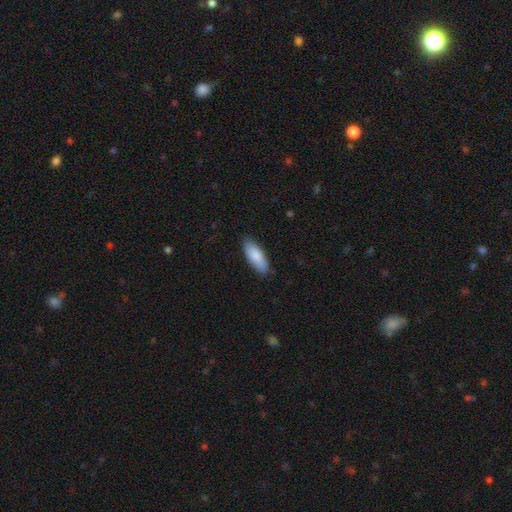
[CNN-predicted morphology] Smooth or featured: smooth — 87% (featured or disk — 8%)
How rounded: in between — 73% (cigar-shaped — 25%)
Merging: none — 85% (minor disturbance — 12%)